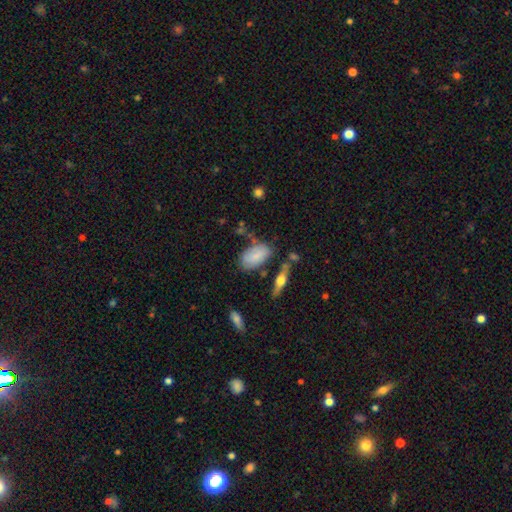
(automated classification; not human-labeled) The model was most divided on "merging": none: 63%, minor disturbance: 22%, merger: 8%, major disturbance: 7%. More confident: how rounded — in between (92%); smooth or featured — smooth (79%).